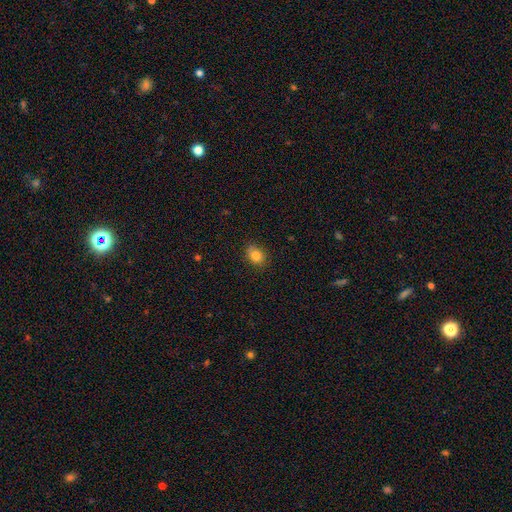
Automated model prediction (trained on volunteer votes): This is clearly a smooth galaxy (83%). How rounded: possibly in between (56%). Merging: likely none (78%).